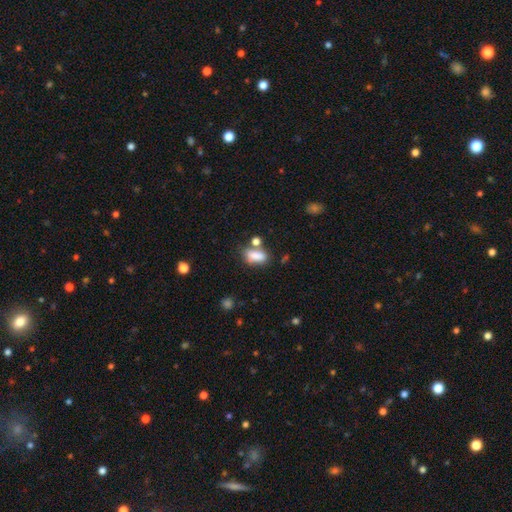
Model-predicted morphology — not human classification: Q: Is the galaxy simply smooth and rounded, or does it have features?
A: smooth — 82%.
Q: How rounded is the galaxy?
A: in between — 82%.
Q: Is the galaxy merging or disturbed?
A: none — 52%.